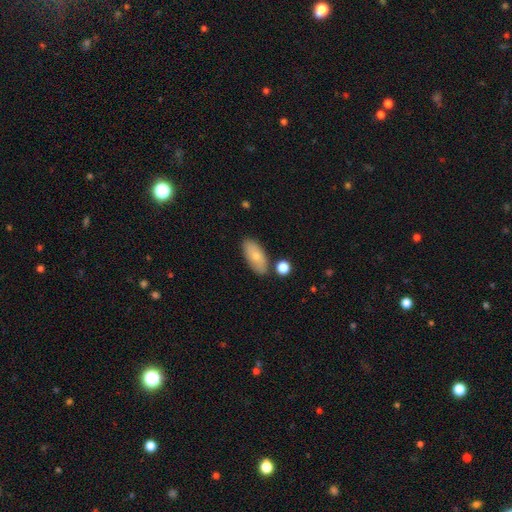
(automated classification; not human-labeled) A smooth galaxy with no disk features (79%) that is in between round and cigar-shaped (90%). Merging: none (79%).